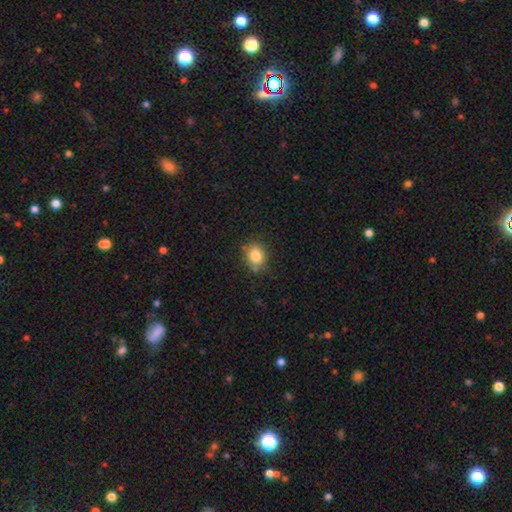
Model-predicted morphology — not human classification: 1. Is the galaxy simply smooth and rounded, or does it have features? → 82% smooth, 11% star or artifact, 7% featured or disk.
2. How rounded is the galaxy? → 58% round, 41% in between, 1% cigar-shaped.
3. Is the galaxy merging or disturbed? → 78% none, 15% minor disturbance, 4% merger, 3% major disturbance.